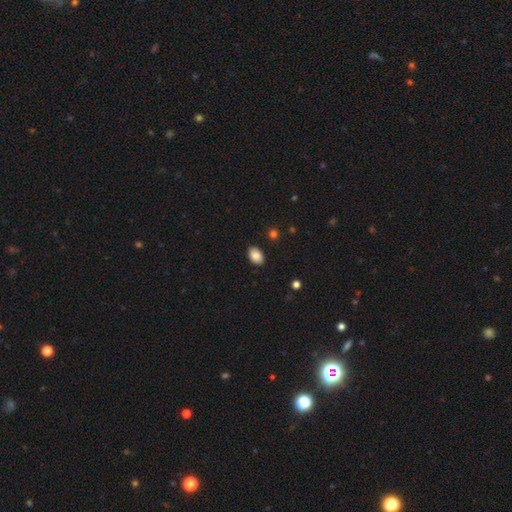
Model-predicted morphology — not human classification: Smooth or featured? smooth (87%)
How rounded? in between (87%)
Merging? none (88%)